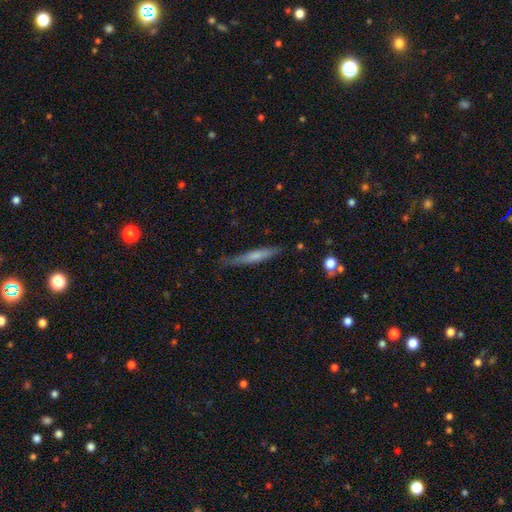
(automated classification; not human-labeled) Smooth or featured: smooth — 58% (featured or disk — 36%)
How rounded: cigar-shaped — 92% (in between — 6%)
Merging: none — 75% (minor disturbance — 19%)